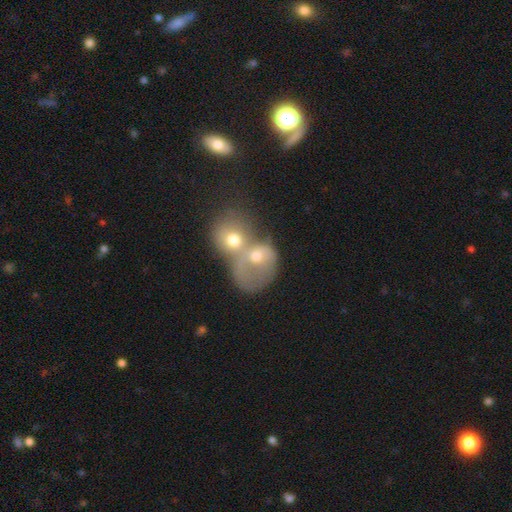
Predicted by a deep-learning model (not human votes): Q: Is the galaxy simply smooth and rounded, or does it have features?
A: featured or disk — 49%.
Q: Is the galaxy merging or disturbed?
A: merger — 73%.